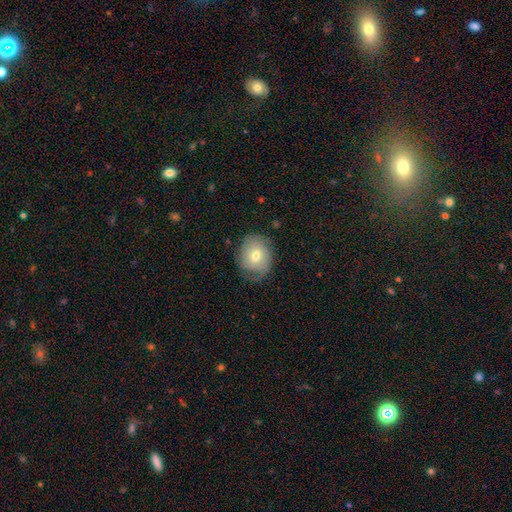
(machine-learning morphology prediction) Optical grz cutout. It shows a smooth galaxy with no disk features (57%) that is round (63%). Merging: none (66%).